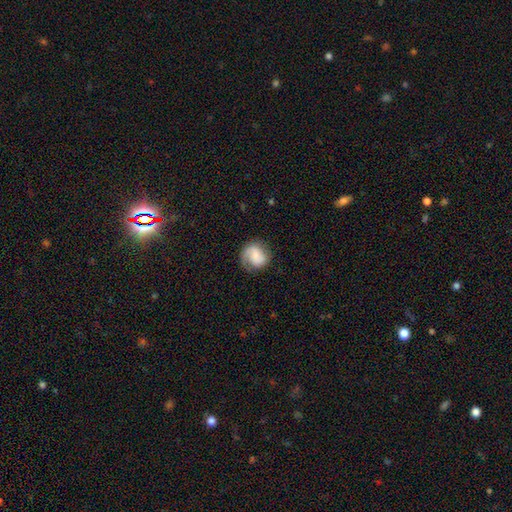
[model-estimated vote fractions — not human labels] A featured or disk galaxy (51%).

Vote fractions:
- Smooth or featured? featured or disk: 51% / smooth: 42% / star or artifact: 7%
- Edge-on disk? no: 98% / yes: 2%
- Merging? none: 67% / minor disturbance: 20% / major disturbance: 12% / merger: 1%